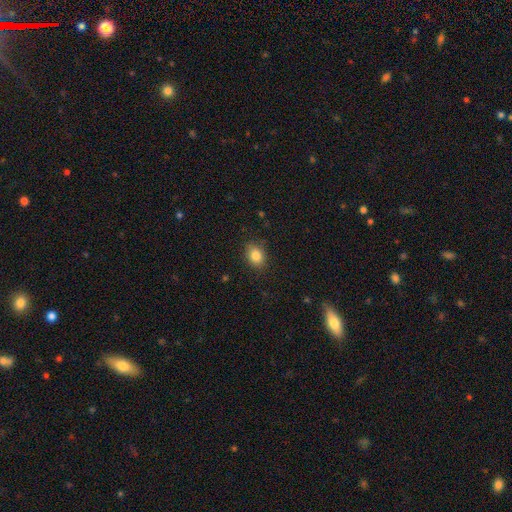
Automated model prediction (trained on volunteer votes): smooth 84%, star or artifact 10%, featured or disk 6%. Down the decision tree: how rounded — in between (61%); merging — none (84%).